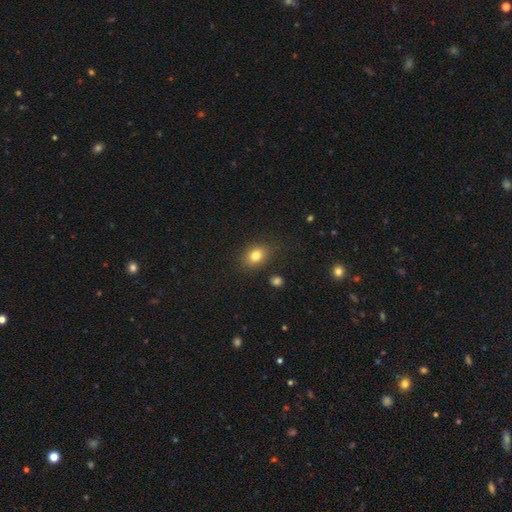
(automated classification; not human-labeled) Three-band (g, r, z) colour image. It shows a smooth galaxy with no disk features (81%) that is in between round and cigar-shaped (60%). Merging: none (82%).